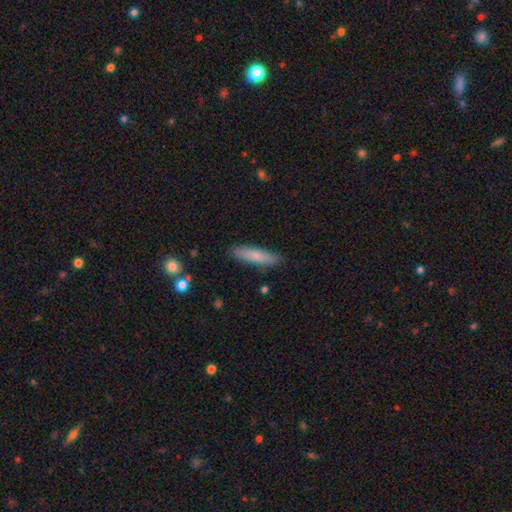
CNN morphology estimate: Smooth or featured? smooth (76%)
How rounded? cigar-shaped (77%)
Merging? none (87%)